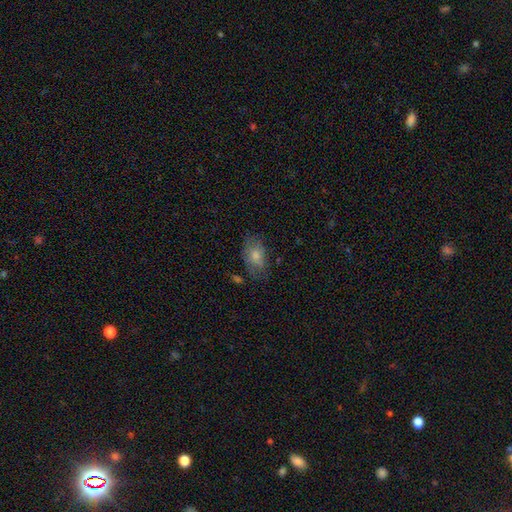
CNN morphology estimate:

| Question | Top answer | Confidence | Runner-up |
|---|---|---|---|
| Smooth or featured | smooth | 74% | featured or disk (19%) |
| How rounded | in between | 89% | round (9%) |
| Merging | none | 55% | minor disturbance (28%) |